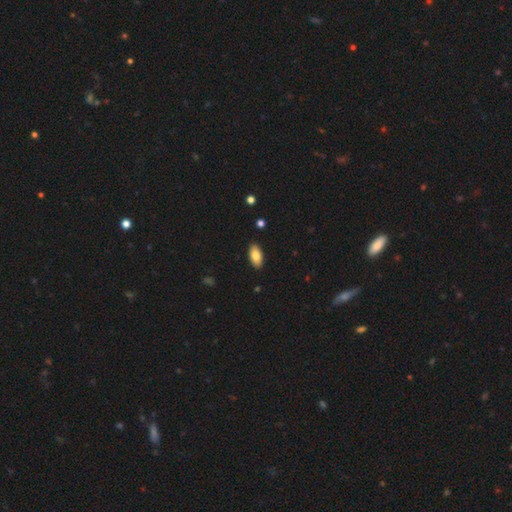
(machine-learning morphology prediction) type=smooth (84%); roundness=in between (93%); merging=none (90%).